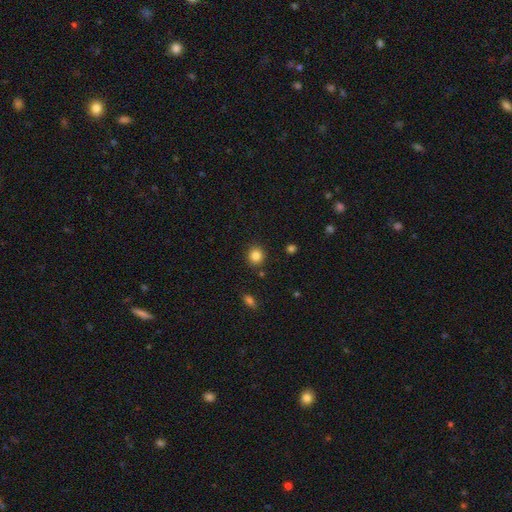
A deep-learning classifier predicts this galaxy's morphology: This is clearly a smooth galaxy (85%). How rounded: clearly round (85%). Merging: clearly none (88%).